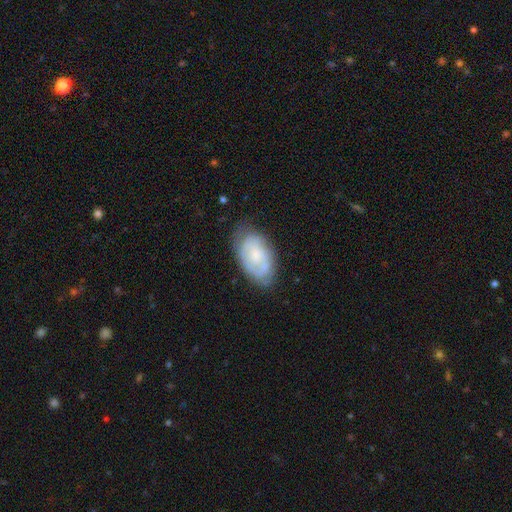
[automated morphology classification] Smooth or featured? featured or disk (53%)
Edge-on disk? no (95%)
Bar? no (74%)
Spiral arms? yes (74%)
Bulge size? small (52%)
Merging? none (68%)